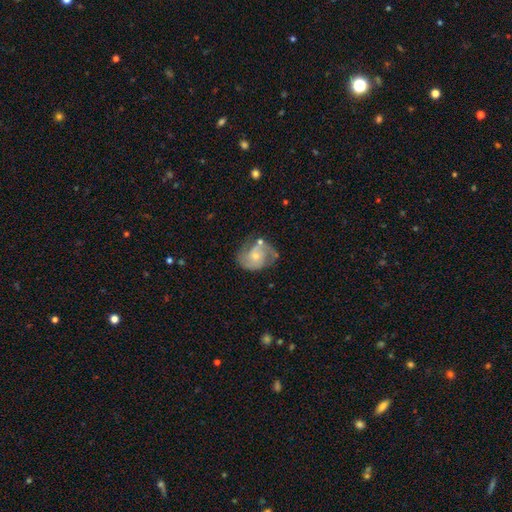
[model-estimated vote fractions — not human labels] Smooth or featured: featured or disk — 76% (smooth — 18%)
Edge-on disk: no — 98% (yes — 2%)
Bar: no — 65% (weak — 30%)
Spiral arms: yes — 92% (no — 8%)
Spiral winding: medium — 49% (tight — 31%)
Spiral arm count: 2 — 81% (can't tell — 9%)
Bulge size: small — 48% (moderate — 44%)
Merging: none — 57% (minor disturbance — 23%)